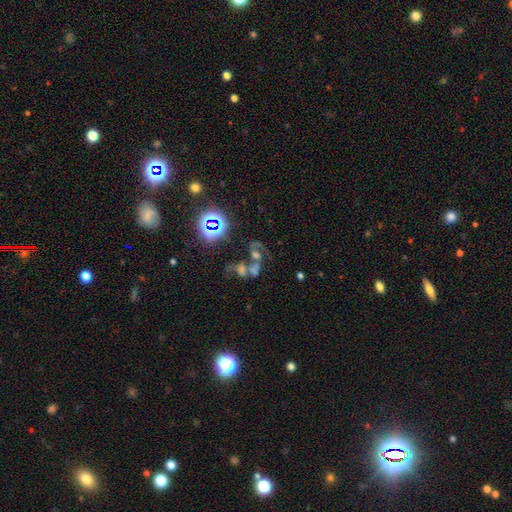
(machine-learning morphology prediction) Smooth or featured: featured or disk — 43% (star or artifact — 36%)
Merging: merger — 54% (none — 24%)